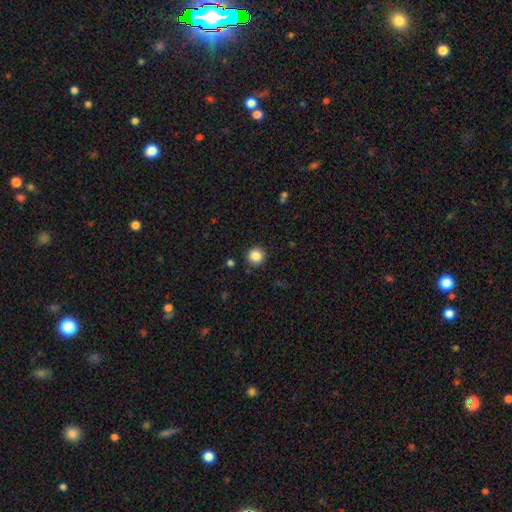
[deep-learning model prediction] smooth-or-featured: smooth: 85% | star or artifact: 10% | featured or disk: 4%
  how-rounded: round: 94% | in between: 5% | cigar-shaped: 1%
  merging: none: 91% | minor disturbance: 6% | major disturbance: 2% | merger: 1%